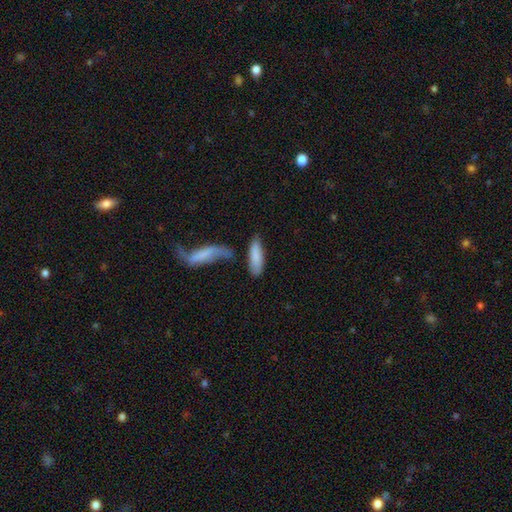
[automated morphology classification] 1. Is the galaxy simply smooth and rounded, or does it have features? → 82% smooth, 12% featured or disk, 6% star or artifact.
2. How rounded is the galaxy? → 50% in between, 48% cigar-shaped, 2% round.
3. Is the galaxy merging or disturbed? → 53% none, 19% merger, 19% minor disturbance, 8% major disturbance.